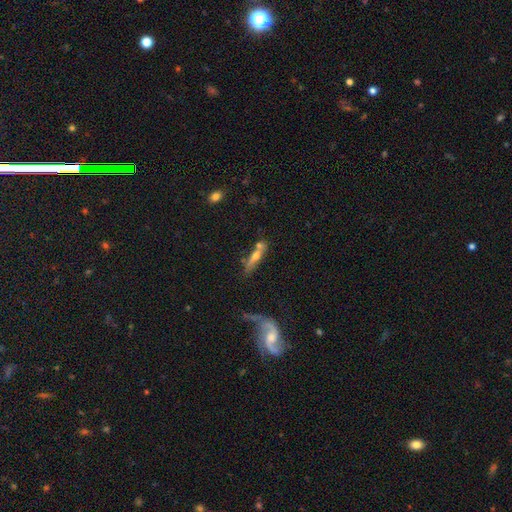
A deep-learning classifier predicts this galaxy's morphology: A smooth galaxy with no disk features (47%).

Vote fractions:
- Smooth or featured? smooth: 47% / featured or disk: 44% / star or artifact: 9%
- Merging? none: 49% / merger: 27% / minor disturbance: 16% / major disturbance: 8%